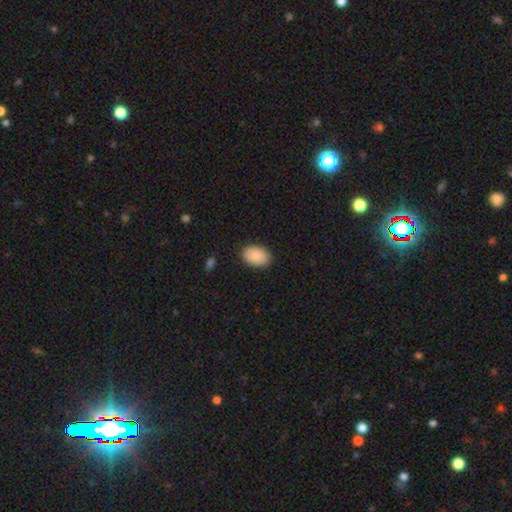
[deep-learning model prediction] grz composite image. It shows a smooth galaxy with no disk features (90%) that is in between round and cigar-shaped (89%). Merging: none (88%).